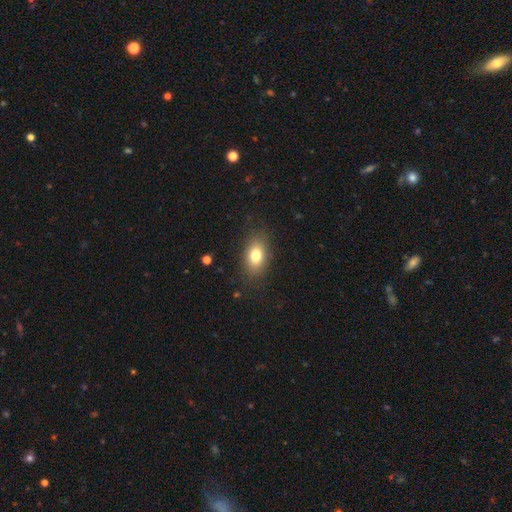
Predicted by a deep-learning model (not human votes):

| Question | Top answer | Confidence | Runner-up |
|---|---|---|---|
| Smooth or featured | smooth | 78% | featured or disk (13%) |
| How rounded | in between | 84% | round (13%) |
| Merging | none | 84% | minor disturbance (11%) |